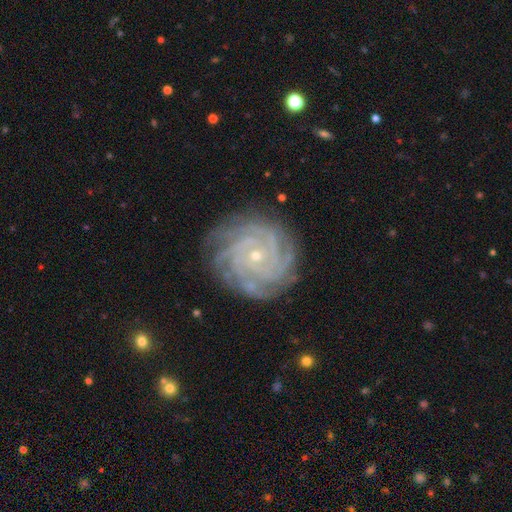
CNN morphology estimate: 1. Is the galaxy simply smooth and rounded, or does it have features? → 89% featured or disk, 6% star or artifact, 5% smooth.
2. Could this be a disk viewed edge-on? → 98% no, 2% yes.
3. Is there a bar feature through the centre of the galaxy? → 76% no, 17% weak, 6% strong.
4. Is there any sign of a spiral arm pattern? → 98% yes, 2% no.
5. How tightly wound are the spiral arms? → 84% tight, 14% medium, 2% loose.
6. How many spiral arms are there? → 30% 4, 26% more than 4, 15% can't tell, 13% 3, 8% 2, 7% 1.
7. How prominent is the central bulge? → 81% small, 16% moderate, 1% none, 1% large, 1% dominant.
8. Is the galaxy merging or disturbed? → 82% none, 13% minor disturbance, 4% major disturbance, 1% merger.